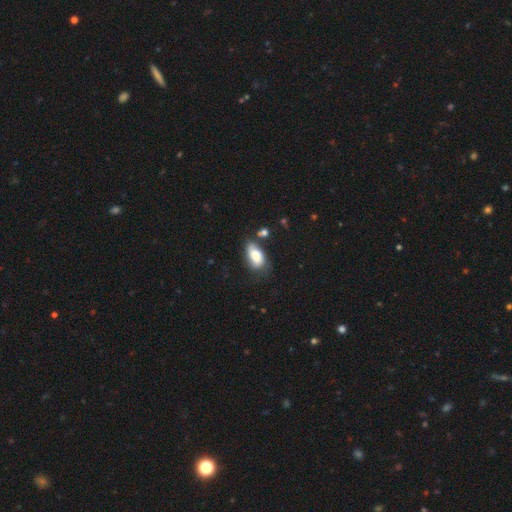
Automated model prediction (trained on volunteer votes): Smooth or featured? Predicted: smooth (p=0.77). How rounded? Predicted: in between (p=0.92). Merging? Predicted: none (p=0.47).